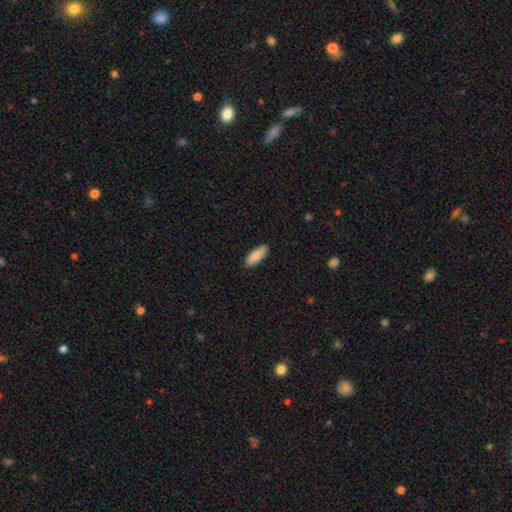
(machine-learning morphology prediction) type=smooth (88%); roundness=in between (73%); merging=none (88%).